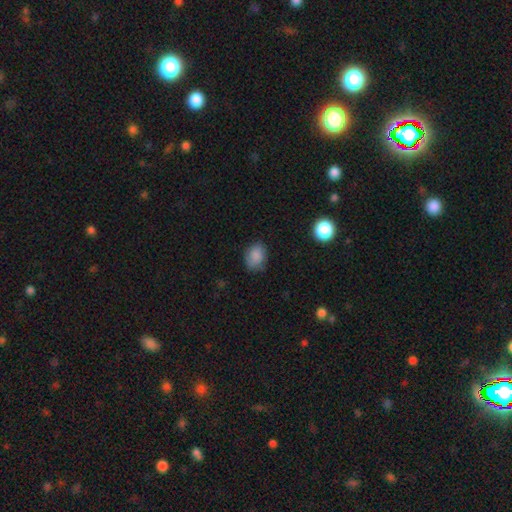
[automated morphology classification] smooth-or-featured: smooth: 85% | star or artifact: 8% | featured or disk: 6%
  how-rounded: in between: 62% | round: 37% | cigar-shaped: 1%
  merging: none: 74% | minor disturbance: 21% | major disturbance: 4% | merger: 1%